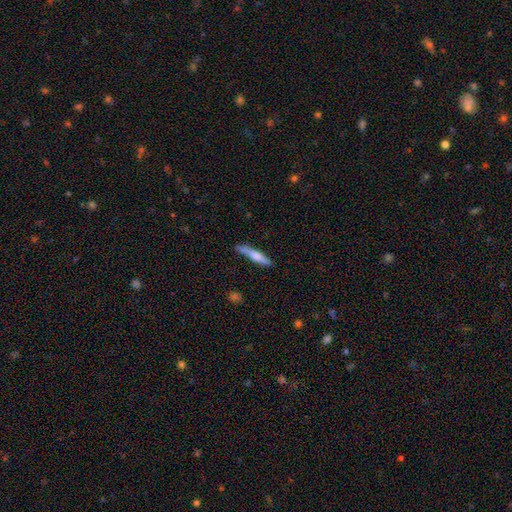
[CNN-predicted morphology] type=smooth (60%); roundness=cigar-shaped (91%); merging=none (76%).